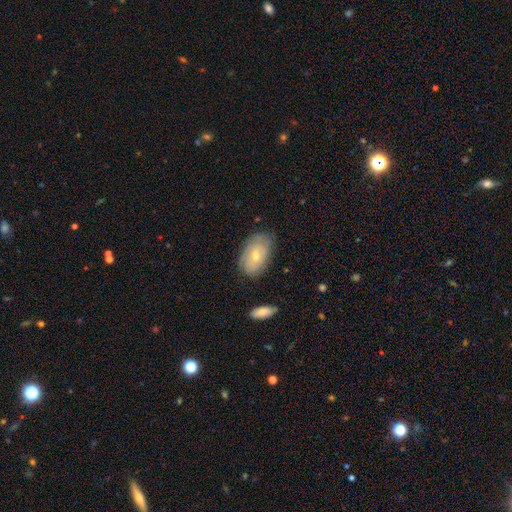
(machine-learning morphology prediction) Smooth or featured? smooth (57%)
How rounded? in between (90%)
Merging? none (72%)